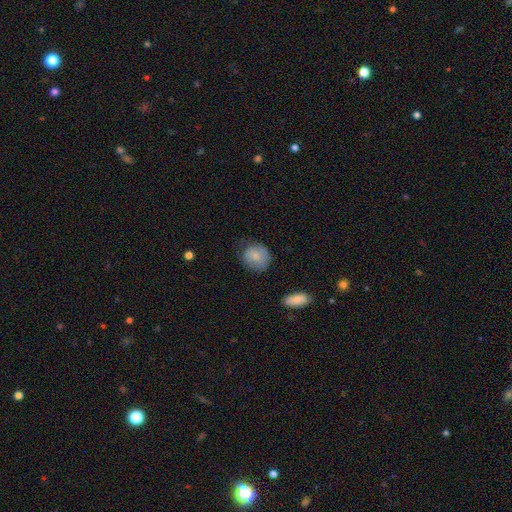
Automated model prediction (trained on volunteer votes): The model was most divided on "merging": none: 66%, minor disturbance: 25%, major disturbance: 7%, merger: 2%. More confident: how rounded — round (80%); smooth or featured — smooth (79%).